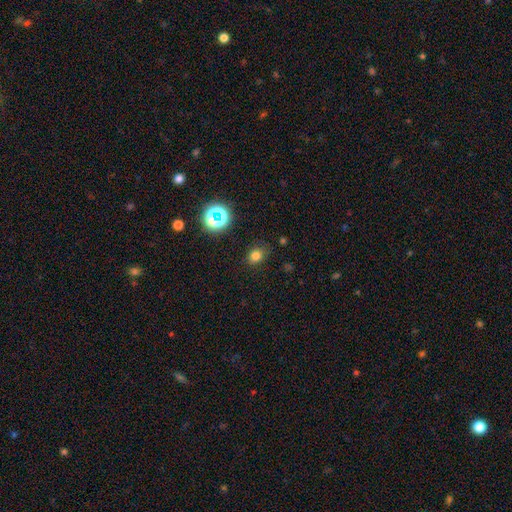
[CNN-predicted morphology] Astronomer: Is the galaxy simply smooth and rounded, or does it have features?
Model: smooth — 74%.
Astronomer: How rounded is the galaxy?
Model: round — 56% (runner-up: in between, 43%).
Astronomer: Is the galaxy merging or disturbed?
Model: none — 82%.